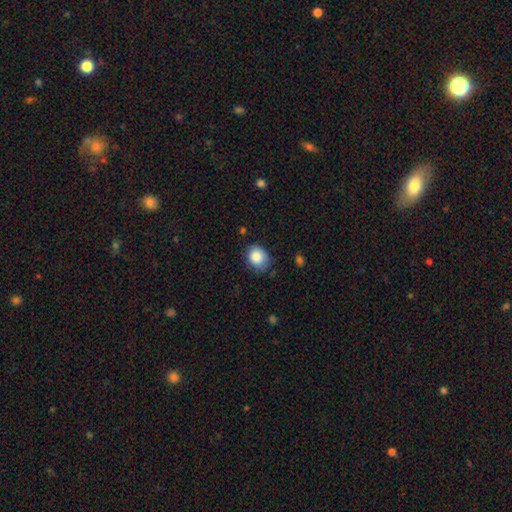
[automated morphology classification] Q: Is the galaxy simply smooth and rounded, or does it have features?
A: smooth — 86%.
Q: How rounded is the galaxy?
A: round — 56%.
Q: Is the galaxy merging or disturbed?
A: none — 71%.